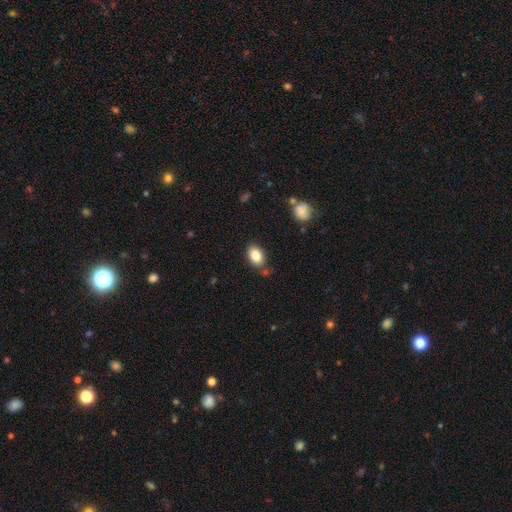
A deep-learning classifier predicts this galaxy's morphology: smooth-or-featured: smooth: 85% | star or artifact: 8% | featured or disk: 7%
  how-rounded: in between: 88% | round: 11% | cigar-shaped: 1%
  merging: none: 78% | minor disturbance: 14% | merger: 5% | major disturbance: 3%